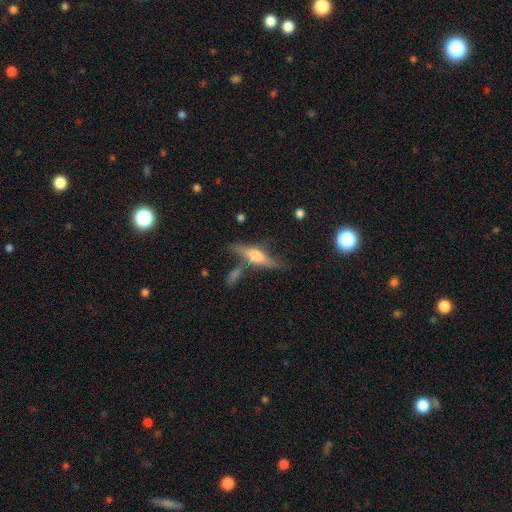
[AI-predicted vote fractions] Overall: featured or disk (66%; smooth 26%). Edge-on disk: yes (91%). Edge-on bulge: rounded (84%). Merging: none (64%).